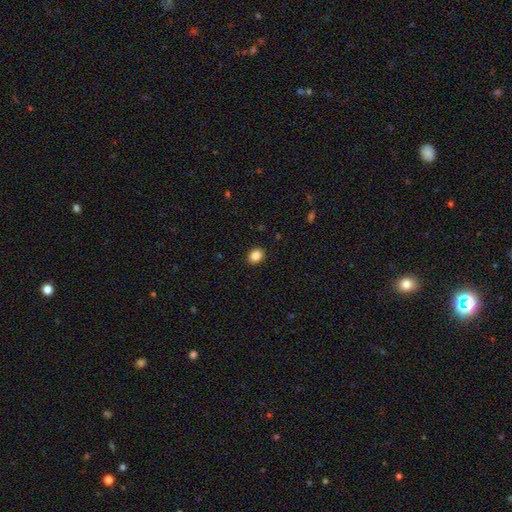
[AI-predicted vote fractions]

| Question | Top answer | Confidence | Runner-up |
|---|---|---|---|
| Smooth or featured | smooth | 86% | star or artifact (9%) |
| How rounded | in between | 54% | round (45%) |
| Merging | none | 91% | minor disturbance (6%) |